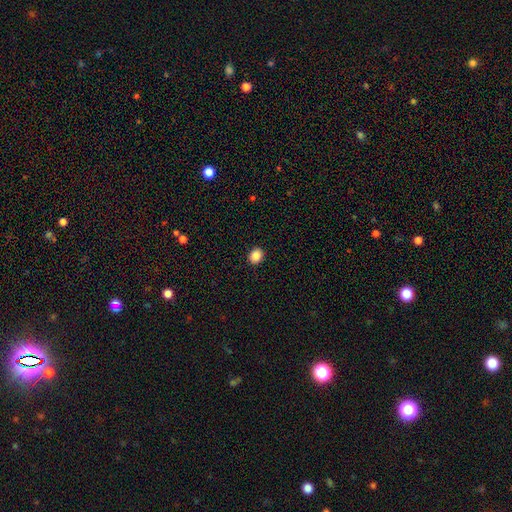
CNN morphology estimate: smooth 86%, star or artifact 10%, featured or disk 4%. Down the decision tree: how rounded — round (67%); merging — none (92%).